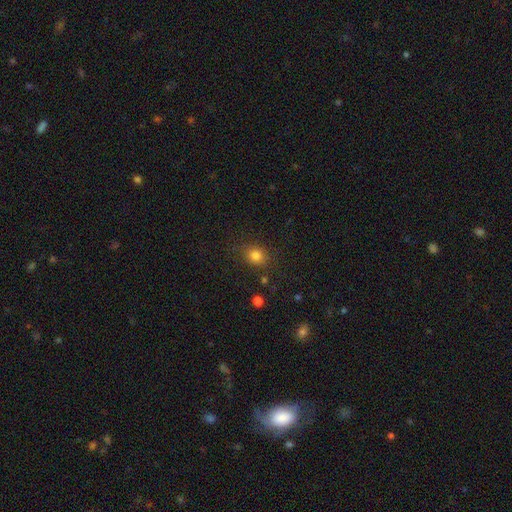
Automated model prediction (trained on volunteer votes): Morphology: type=smooth (81%); roundness=round (67%); merging=none (82%).